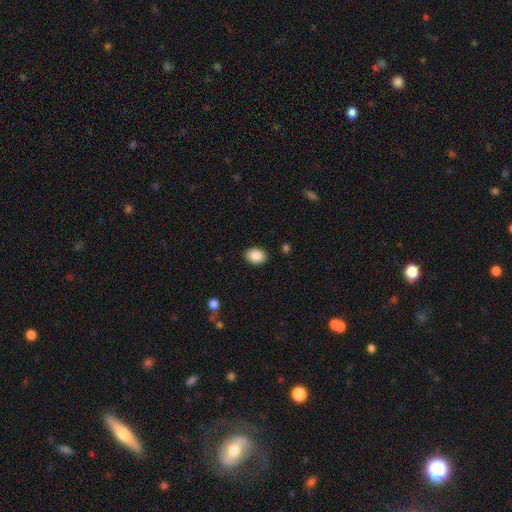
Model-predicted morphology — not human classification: This is clearly a smooth galaxy (88%). How rounded: likely in between (69%). Merging: clearly none (89%).